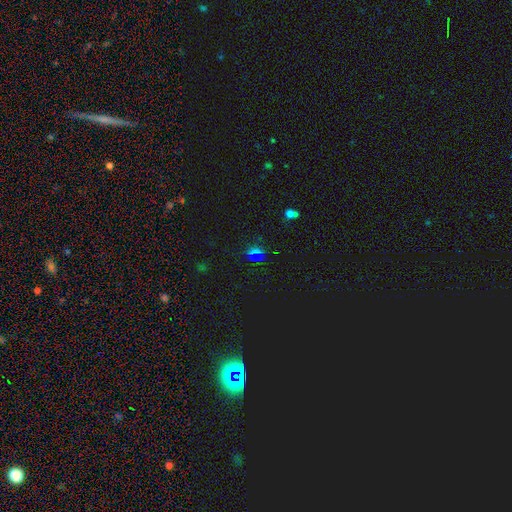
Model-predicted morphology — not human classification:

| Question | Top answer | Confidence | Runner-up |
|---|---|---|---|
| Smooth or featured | star or artifact | 57% | smooth (34%) |